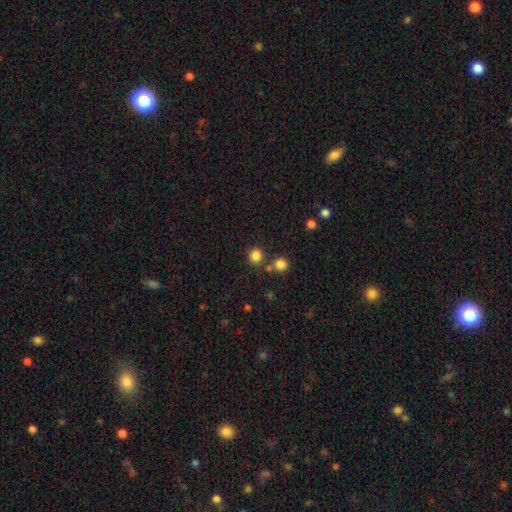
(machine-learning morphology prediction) A smooth galaxy with no disk features (83%) that is round (89%).

Vote fractions:
- Smooth or featured? smooth: 83% / star or artifact: 13% / featured or disk: 4%
- How rounded? round: 89% / in between: 10% / cigar-shaped: 1%
- Merging? none: 78% / merger: 12% / minor disturbance: 7% / major disturbance: 3%